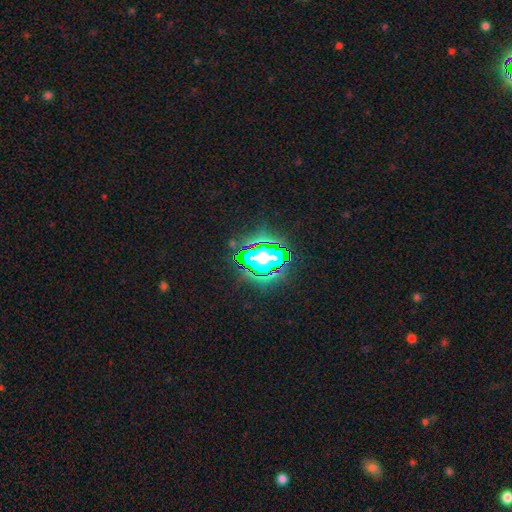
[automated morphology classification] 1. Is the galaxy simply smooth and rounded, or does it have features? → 73% star or artifact, 15% smooth, 12% featured or disk.